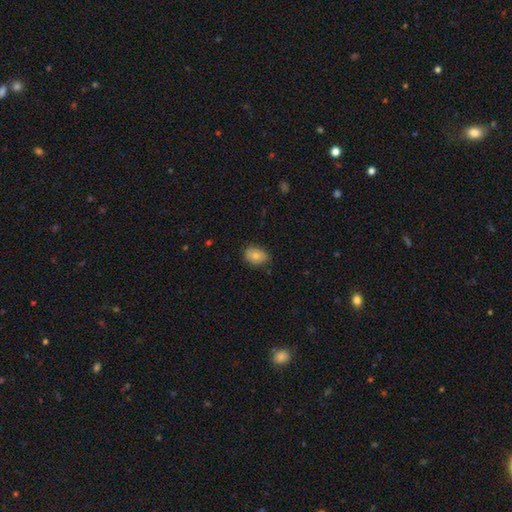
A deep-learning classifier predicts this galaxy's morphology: Smooth or featured: smooth — 76% (featured or disk — 16%)
How rounded: in between — 71% (round — 28%)
Merging: none — 77% (minor disturbance — 19%)